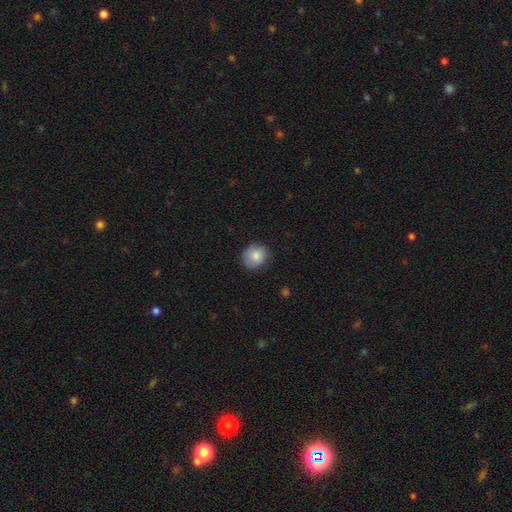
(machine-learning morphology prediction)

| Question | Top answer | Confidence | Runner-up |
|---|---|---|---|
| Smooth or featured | smooth | 83% | featured or disk (10%) |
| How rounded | round | 71% | in between (28%) |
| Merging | none | 79% | minor disturbance (17%) |